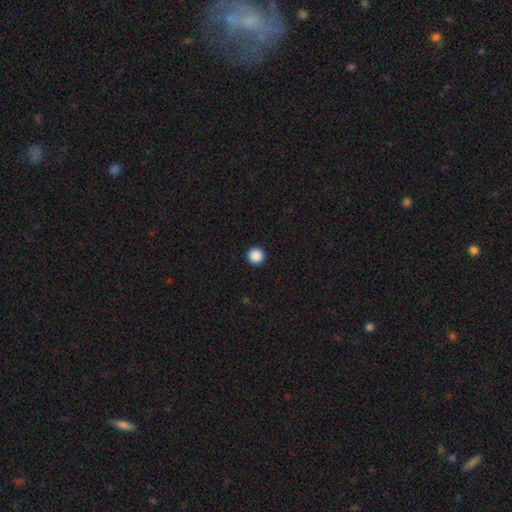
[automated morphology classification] Q: Smooth or featured?
A: smooth (89%); runner-up: star or artifact (9%)
Q: How rounded?
A: round (96%); runner-up: in between (3%)
Q: Merging?
A: none (94%); runner-up: minor disturbance (4%)